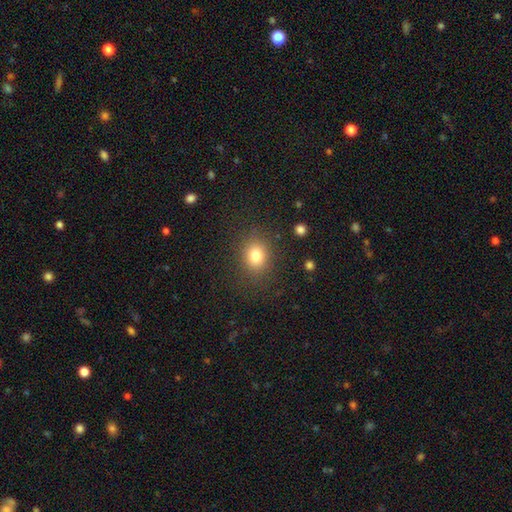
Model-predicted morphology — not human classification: Overall: smooth (80%). How rounded: round (61%; in between 38%). Merging: none (84%).